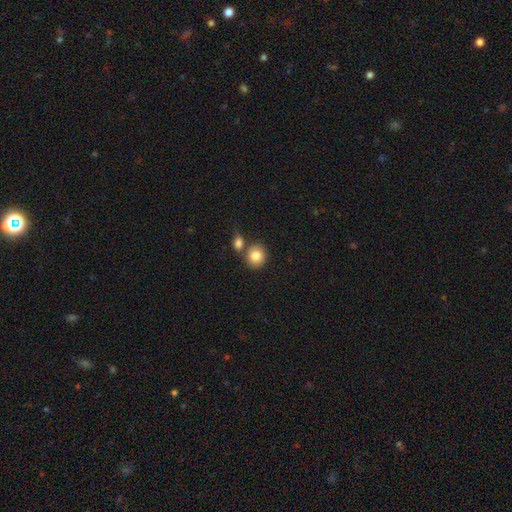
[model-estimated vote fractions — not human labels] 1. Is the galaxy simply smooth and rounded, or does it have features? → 85% smooth, 8% star or artifact, 8% featured or disk.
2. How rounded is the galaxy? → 78% round, 21% in between, 1% cigar-shaped.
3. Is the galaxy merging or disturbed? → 56% none, 31% merger, 10% minor disturbance, 3% major disturbance.